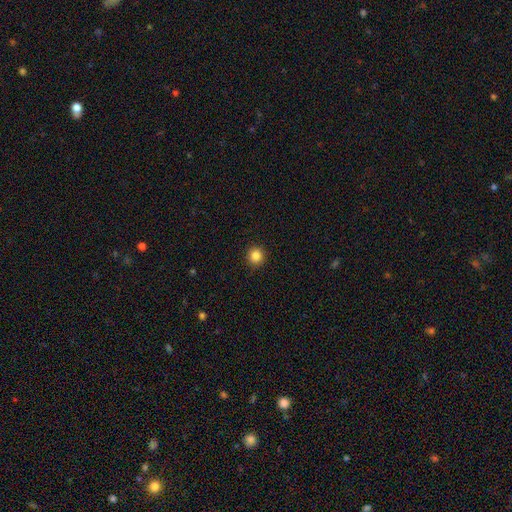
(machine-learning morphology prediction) Smooth or featured? smooth (85%)
How rounded? round (93%)
Merging? none (92%)